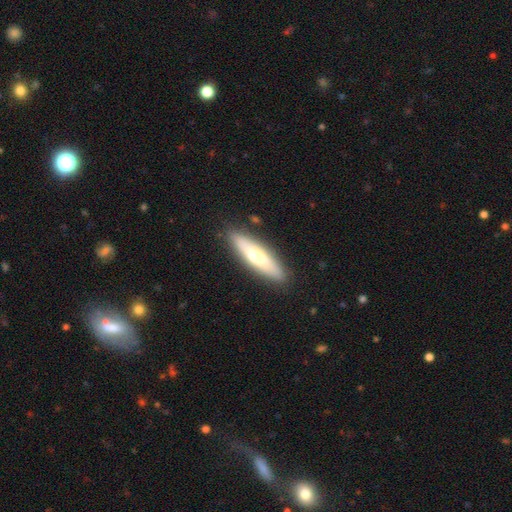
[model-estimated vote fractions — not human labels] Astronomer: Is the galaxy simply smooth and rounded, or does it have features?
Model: smooth — 58% (runner-up: featured or disk, 37%).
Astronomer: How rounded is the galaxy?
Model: cigar-shaped — 69%.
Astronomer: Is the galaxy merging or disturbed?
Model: none — 88%.